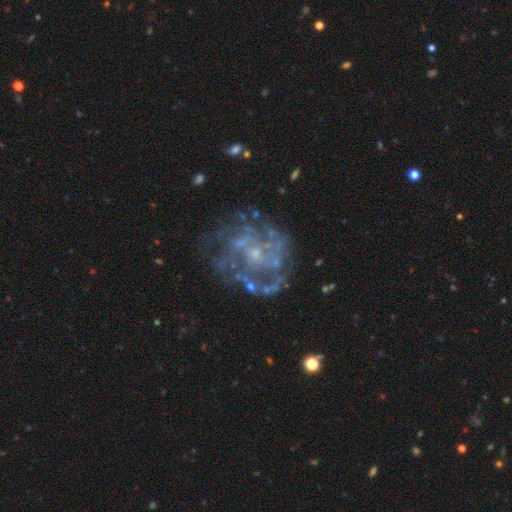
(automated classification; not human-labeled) Smooth or featured: featured or disk — 79% (star or artifact — 12%)
Edge-on disk: no — 98% (yes — 2%)
Bar: no — 74% (weak — 21%)
Spiral arms: yes — 71% (no — 29%)
Spiral winding: tight — 48% (medium — 36%)
Spiral arm count: can't tell — 46% (3 — 16%)
Bulge size: small — 68% (moderate — 17%)
Merging: none — 64% (minor disturbance — 16%)